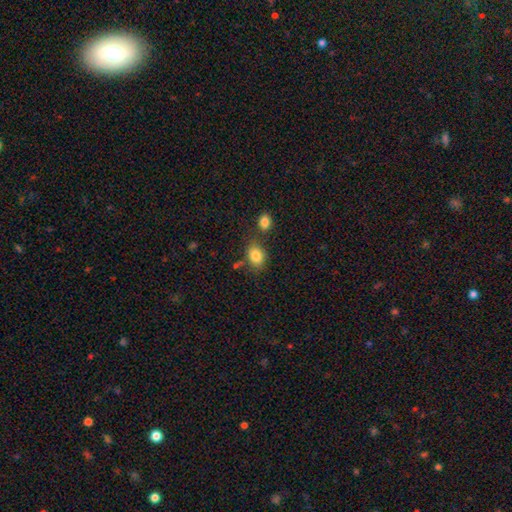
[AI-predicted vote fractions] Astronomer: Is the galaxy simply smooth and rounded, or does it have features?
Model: smooth — 84%.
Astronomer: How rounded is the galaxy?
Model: in between — 62%.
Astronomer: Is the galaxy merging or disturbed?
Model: none — 64%.